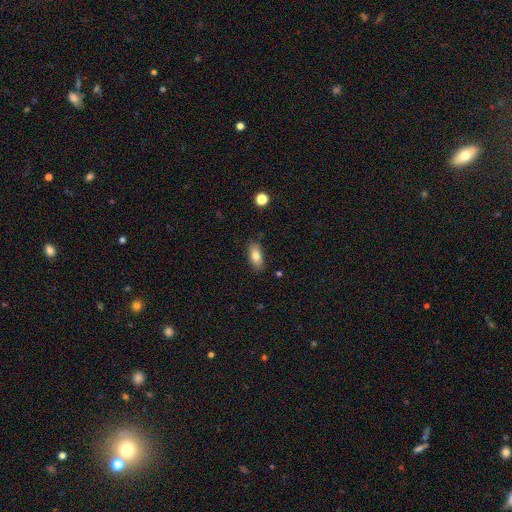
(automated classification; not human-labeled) smooth-or-featured: smooth: 80% | featured or disk: 12% | star or artifact: 8%
  how-rounded: in between: 88% | cigar-shaped: 8% | round: 4%
  merging: none: 85% | minor disturbance: 11% | major disturbance: 2% | merger: 2%